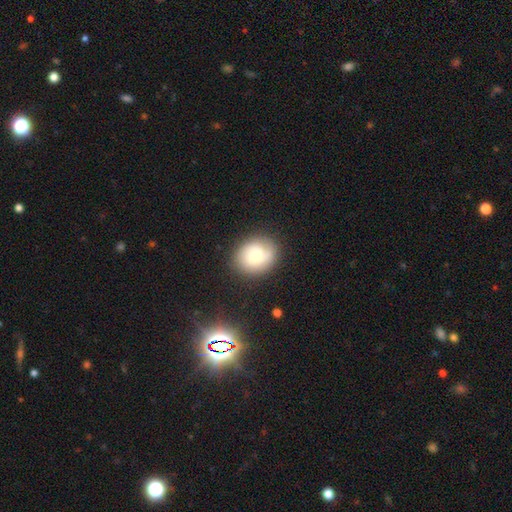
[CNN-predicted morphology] smooth 61%, featured or disk 30%, star or artifact 9%. Down the decision tree: how rounded — round (63%); merging — none (80%).